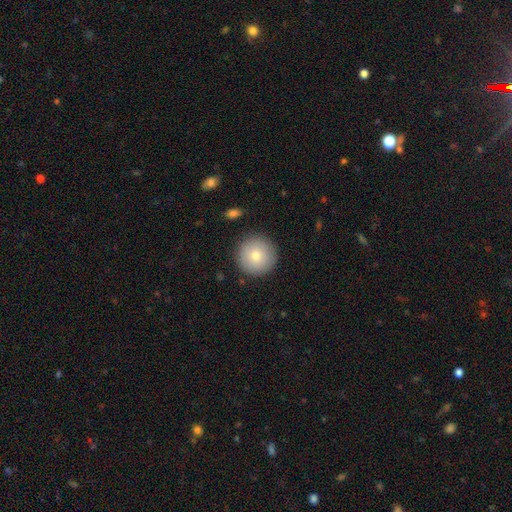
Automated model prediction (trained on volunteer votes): smooth-or-featured: smooth: 78% | featured or disk: 13% | star or artifact: 8%
  how-rounded: round: 96% | in between: 3% | cigar-shaped: 1%
  merging: none: 90% | minor disturbance: 7% | major disturbance: 2% | merger: 1%